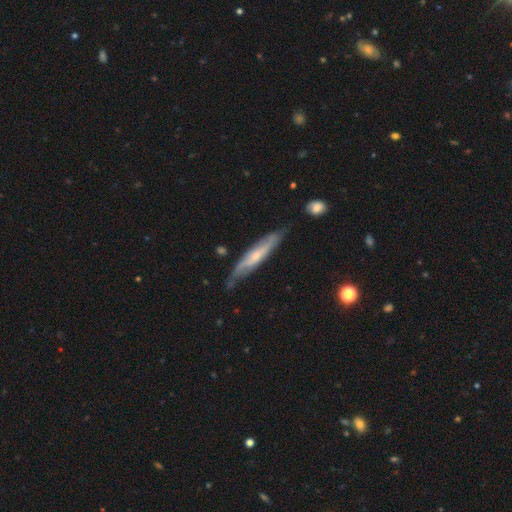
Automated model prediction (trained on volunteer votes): This appears to be a featured or disk galaxy (62%) viewed edge-on (64%). Merging: none (70%).